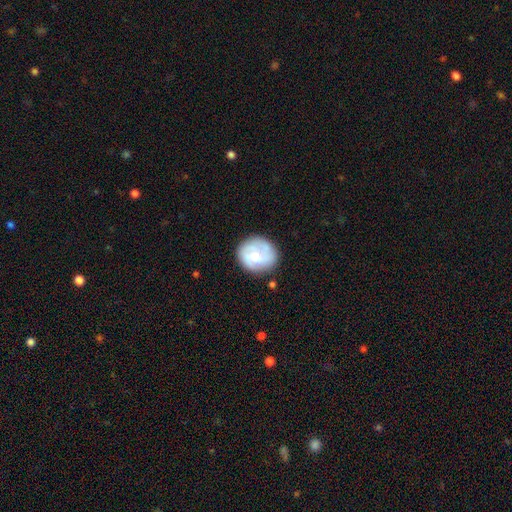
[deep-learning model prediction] A featured or disk galaxy (50%). Merging: none (73%).